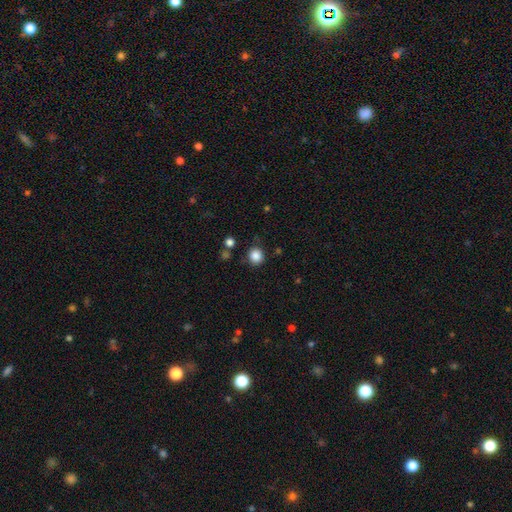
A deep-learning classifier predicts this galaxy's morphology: smooth_or_featured: smooth (p=0.86) [alt: star or artifact p=0.11]
how_rounded: round (p=0.87) [alt: in between p=0.12]
merging: none (p=0.84) [alt: minor disturbance p=0.10]